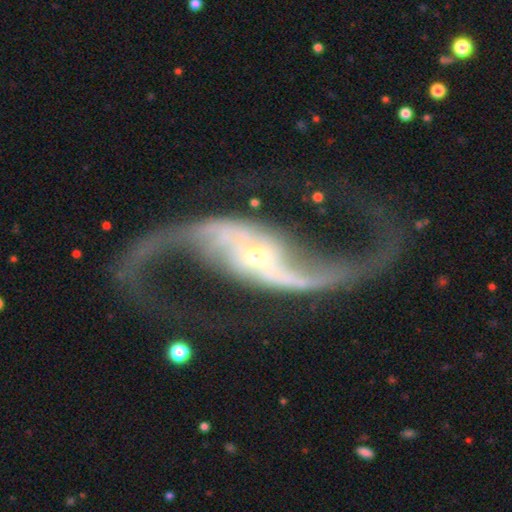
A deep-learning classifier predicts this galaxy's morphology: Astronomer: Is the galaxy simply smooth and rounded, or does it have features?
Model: featured or disk — 93%.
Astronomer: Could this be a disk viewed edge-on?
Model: no — 96%.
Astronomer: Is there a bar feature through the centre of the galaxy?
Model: strong — 40% (runner-up: no, 31%).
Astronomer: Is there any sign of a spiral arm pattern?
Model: yes — 97%.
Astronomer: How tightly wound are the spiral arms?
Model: loose — 81%.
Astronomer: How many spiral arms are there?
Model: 2 — 94%.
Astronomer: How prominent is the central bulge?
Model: small — 70%.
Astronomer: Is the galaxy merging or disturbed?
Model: none — 69%.